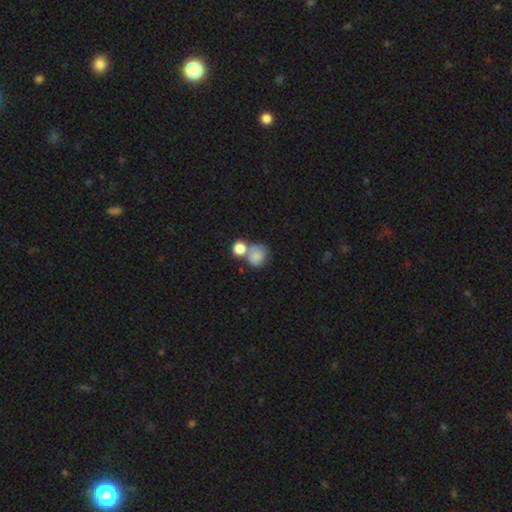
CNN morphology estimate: A smooth galaxy with no disk features (79%) that is round (77%). Merging: merger (47%).